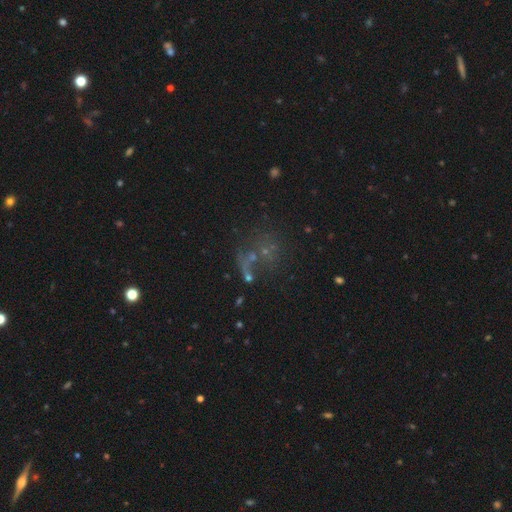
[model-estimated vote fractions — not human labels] smooth-or-featured: star or artifact: 43% | smooth: 31% | featured or disk: 26%